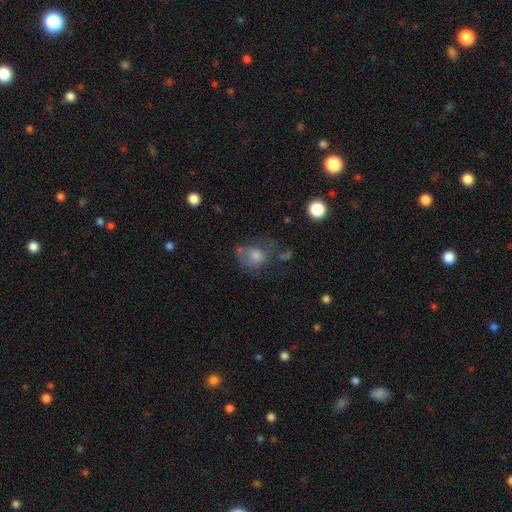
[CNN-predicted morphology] Smooth or featured?
  - smooth: 65% *
  - featured or disk: 23%
  - star or artifact: 12%
How rounded?
  - round: 57% *
  - in between: 42%
  - cigar-shaped: 1%
Merging?
  - none: 37% *
  - major disturbance: 28%
  - minor disturbance: 24%
  - merger: 10%